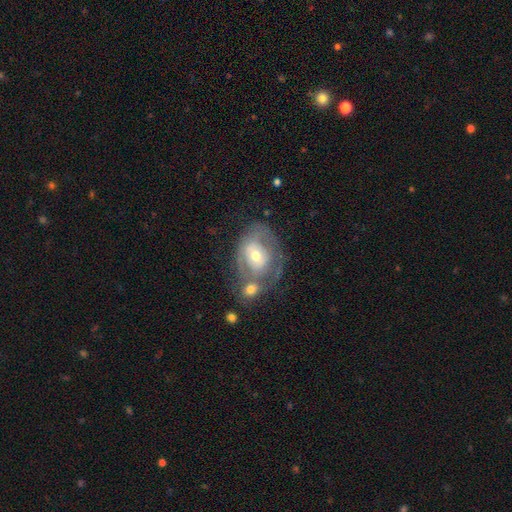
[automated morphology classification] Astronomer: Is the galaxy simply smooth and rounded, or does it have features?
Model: featured or disk — 68%.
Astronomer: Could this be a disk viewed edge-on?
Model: no — 95%.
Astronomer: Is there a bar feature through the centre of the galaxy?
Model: no — 65%.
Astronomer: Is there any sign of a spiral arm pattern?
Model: yes — 58% (runner-up: no, 42%).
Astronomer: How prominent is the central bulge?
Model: moderate — 57% (runner-up: small, 36%).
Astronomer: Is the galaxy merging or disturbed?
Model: none — 35% (runner-up: merger, 30%).